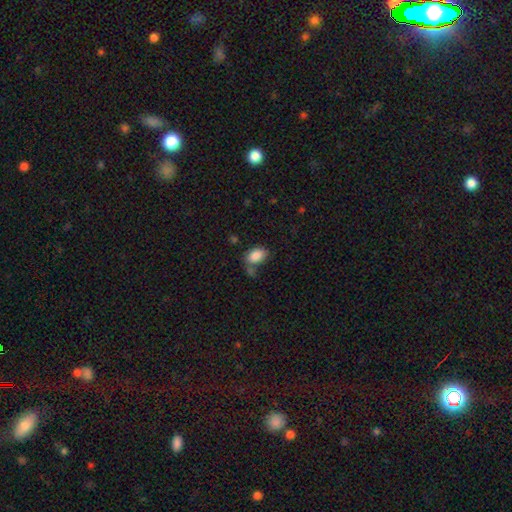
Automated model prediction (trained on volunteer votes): This appears to be a smooth galaxy with no disk features (86%) that is in between round and cigar-shaped (87%). Merging: none (57%).